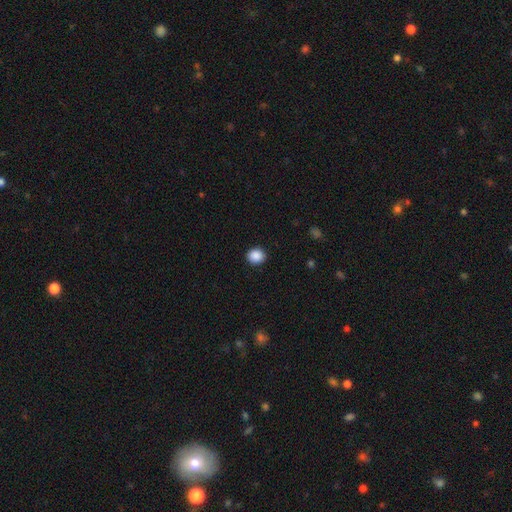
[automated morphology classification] Q: Smooth or featured?
A: smooth (89%); runner-up: star or artifact (9%)
Q: How rounded?
A: round (80%); runner-up: in between (19%)
Q: Merging?
A: none (91%); runner-up: minor disturbance (6%)